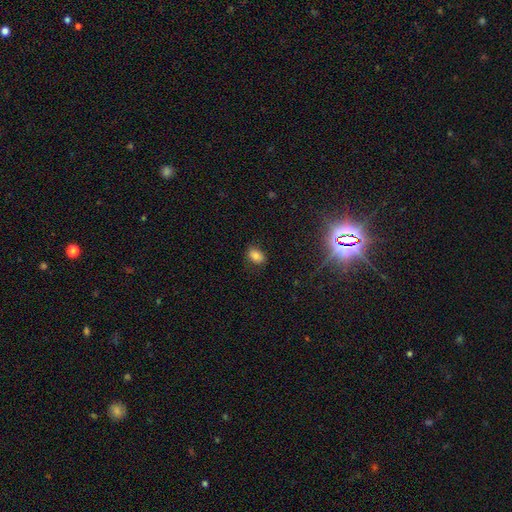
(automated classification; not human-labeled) The model was most divided on "how rounded": in between: 79%, round: 20%, cigar-shaped: 1%. More confident: merging — none (80%); smooth or featured — smooth (78%).